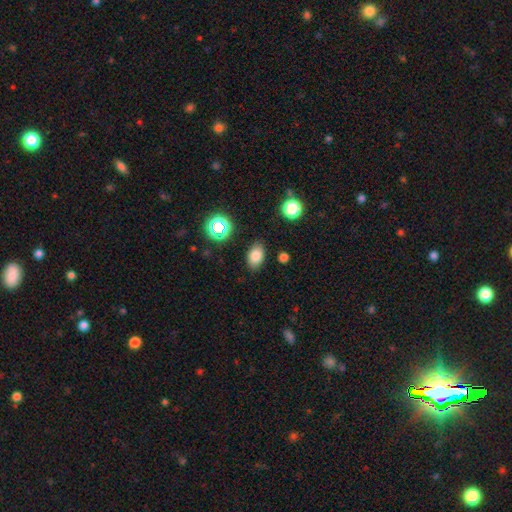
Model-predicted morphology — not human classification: smooth_or_featured: smooth (p=0.81) [alt: star or artifact p=0.12]
how_rounded: in between (p=0.84) [alt: round p=0.15]
merging: none (p=0.84) [alt: minor disturbance p=0.11]